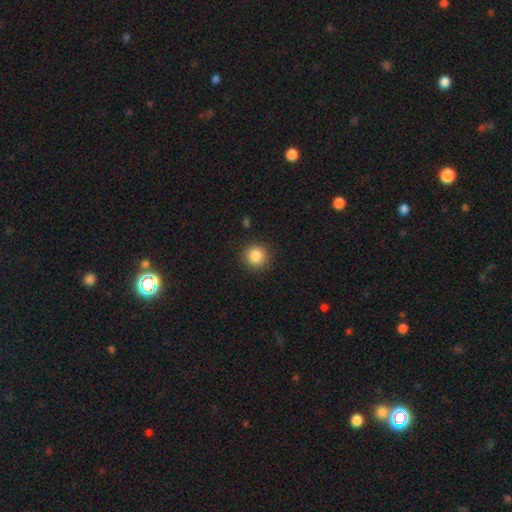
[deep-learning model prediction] Smooth or featured? smooth (86%)
How rounded? round (94%)
Merging? none (90%)